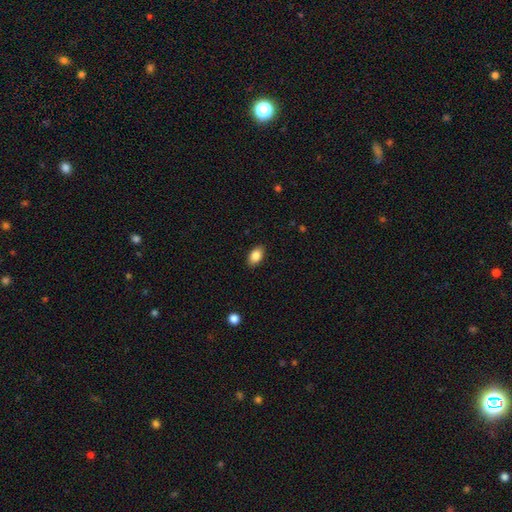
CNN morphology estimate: type=smooth (86%); roundness=in between (91%); merging=none (88%).